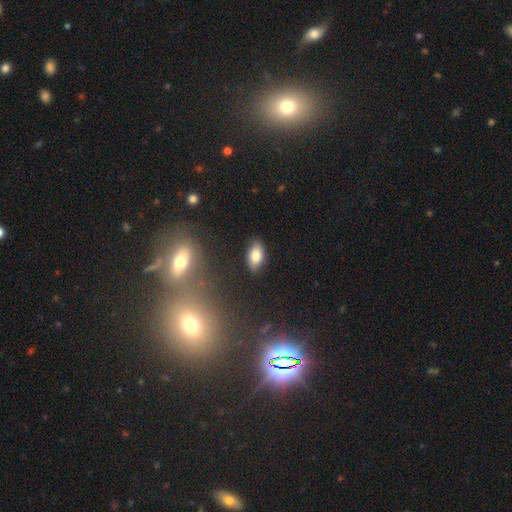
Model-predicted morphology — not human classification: smooth-or-featured: smooth: 83% | featured or disk: 9% | star or artifact: 8%
  how-rounded: in between: 92% | round: 5% | cigar-shaped: 3%
  merging: none: 86% | minor disturbance: 10% | major disturbance: 2% | merger: 2%